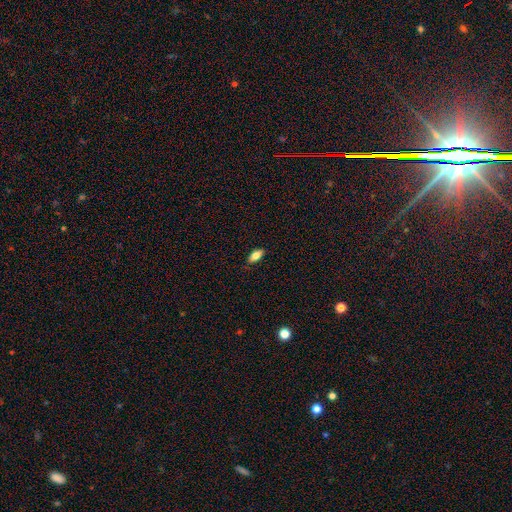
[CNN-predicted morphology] smooth 78%, featured or disk 14%, star or artifact 8%. Down the decision tree: how rounded — in between (85%); merging — none (85%).